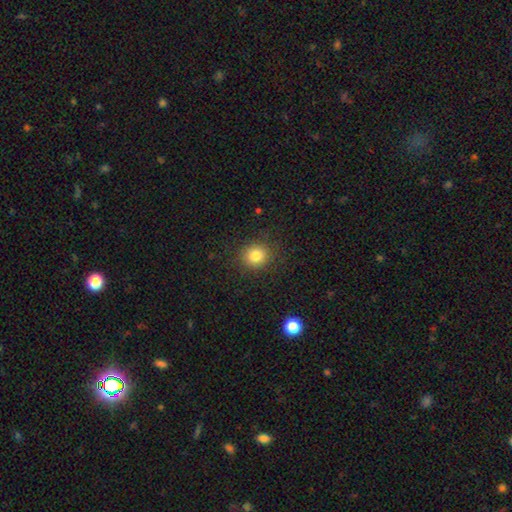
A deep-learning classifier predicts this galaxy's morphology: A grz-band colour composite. It shows a smooth galaxy with no disk features (82%) that is round (85%). Merging: none (87%).